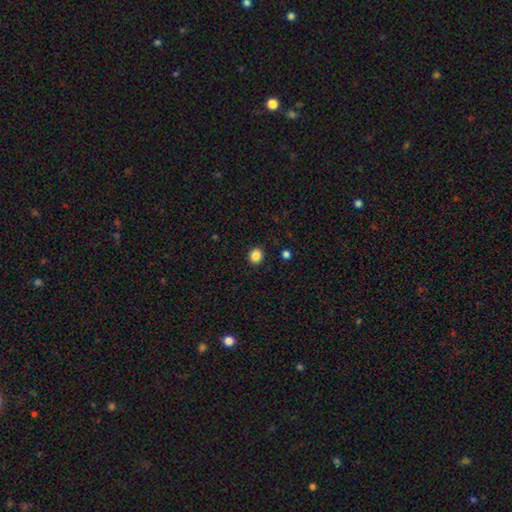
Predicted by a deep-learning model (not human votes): This is clearly a smooth galaxy (85%). How rounded: clearly round (84%). Merging: clearly none (92%).